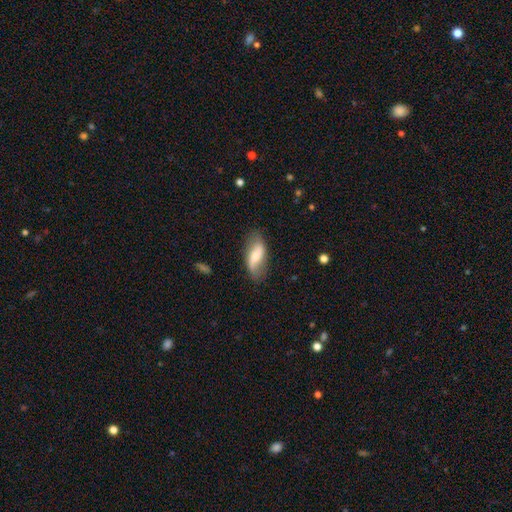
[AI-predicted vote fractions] Smooth or featured?
  - featured or disk: 49% *
  - smooth: 44%
  - star or artifact: 7%
Merging?
  - none: 74% *
  - minor disturbance: 19%
  - major disturbance: 6%
  - merger: 2%